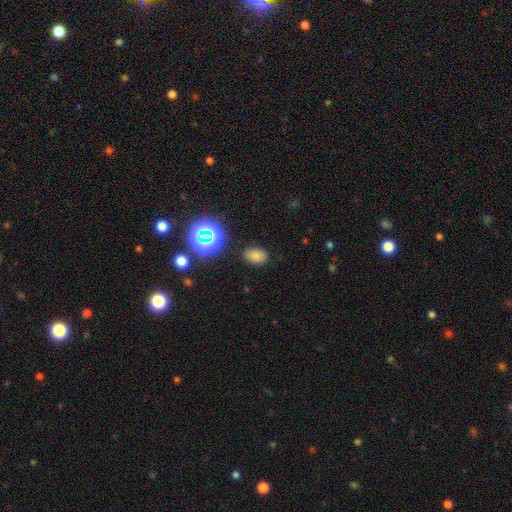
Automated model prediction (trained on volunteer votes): Q: Smooth or featured?
A: smooth (74%); runner-up: star or artifact (19%)
Q: How rounded?
A: in between (79%); runner-up: round (20%)
Q: Merging?
A: none (85%); runner-up: minor disturbance (10%)